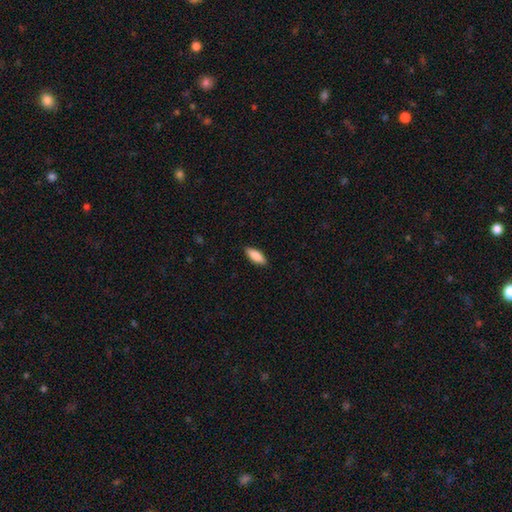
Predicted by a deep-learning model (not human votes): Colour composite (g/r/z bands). It shows a smooth galaxy with no disk features (86%) that is in between round and cigar-shaped (70%). Merging: none (89%).